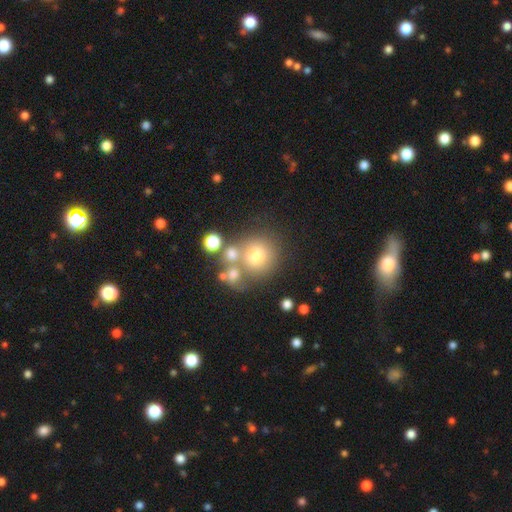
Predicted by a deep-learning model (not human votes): smooth-or-featured: smooth: 68% | featured or disk: 17% | star or artifact: 15%
  how-rounded: round: 88% | in between: 11% | cigar-shaped: 1%
  merging: none: 52% | merger: 30% | minor disturbance: 11% | major disturbance: 7%